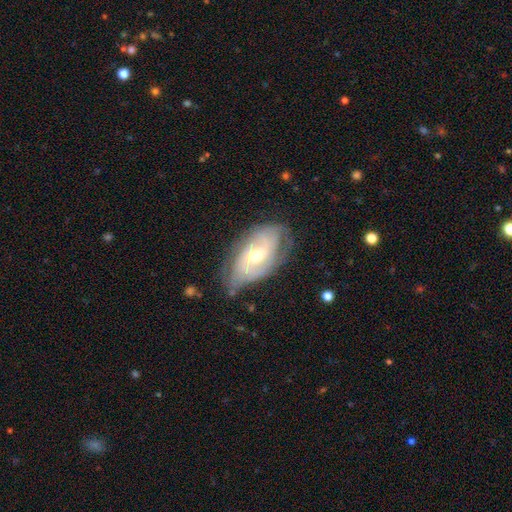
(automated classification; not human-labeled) Smooth or featured? Predicted: featured or disk (p=0.76). Edge-on disk? Predicted: no (p=0.94). Bar? Predicted: weak (p=0.46). Spiral arms? Predicted: yes (p=0.88). Spiral winding? Predicted: tight (p=0.55). Spiral arm count? Predicted: 2 (p=0.40). Bulge size? Predicted: moderate (p=0.60). Merging? Predicted: none (p=0.64).